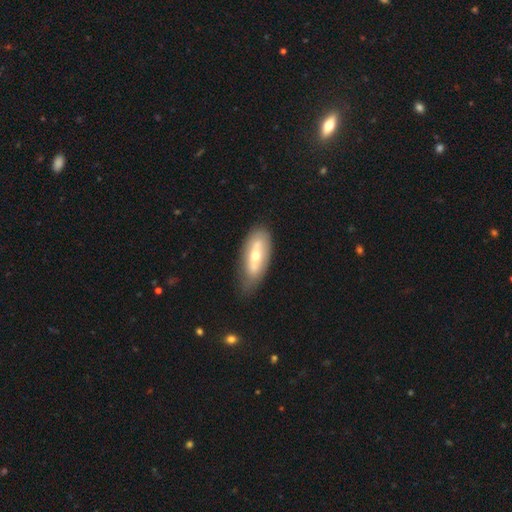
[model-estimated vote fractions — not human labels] The model was most divided on "smooth or featured": featured or disk: 49%, smooth: 45%, star or artifact: 6%. More confident: merging — none (65%).